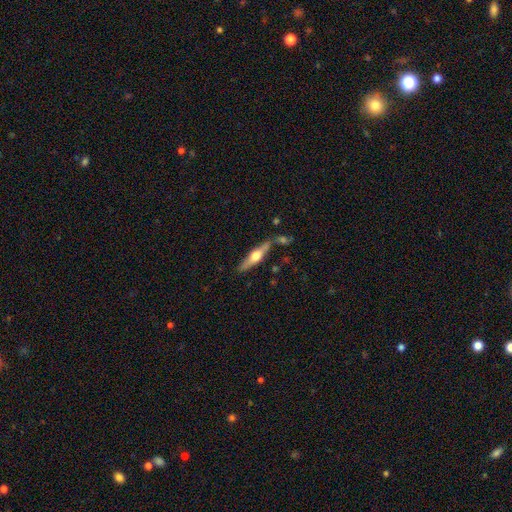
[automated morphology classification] A featured or disk galaxy (63%) viewed edge-on (95%) with a rounded central bulge (94%).

Vote fractions:
- Smooth or featured? featured or disk: 63% / smooth: 31% / star or artifact: 5%
- Edge-on disk? yes: 95% / no: 5%
- Edge-on bulge? rounded: 94% / boxy: 3% / none: 2%
- Merging? none: 75% / minor disturbance: 14% / merger: 8% / major disturbance: 3%